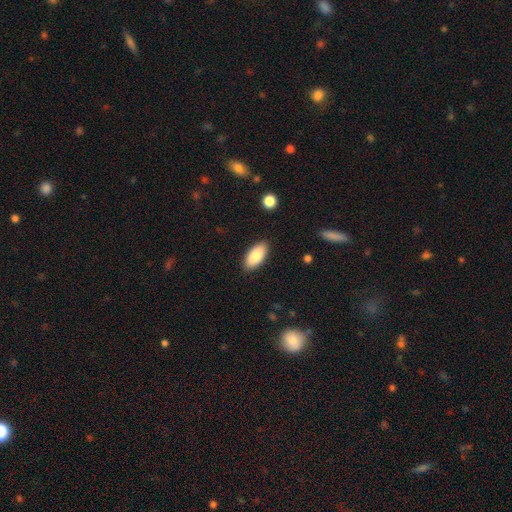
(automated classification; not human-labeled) Q: Smooth or featured?
A: smooth (85%); runner-up: featured or disk (9%)
Q: How rounded?
A: in between (91%); runner-up: cigar-shaped (7%)
Q: Merging?
A: none (88%); runner-up: minor disturbance (9%)